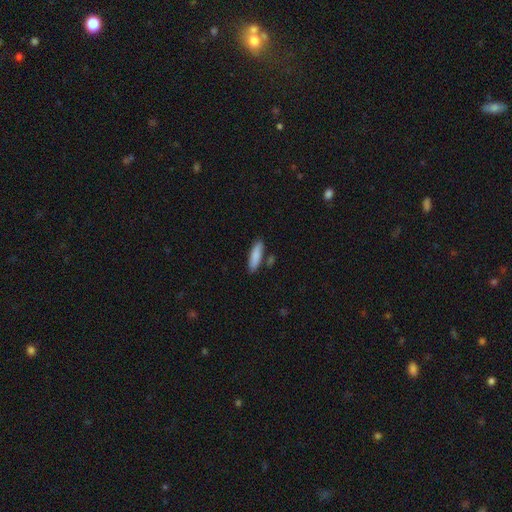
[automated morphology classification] Smooth or featured?
  - smooth: 86% *
  - featured or disk: 8%
  - star or artifact: 6%
How rounded?
  - cigar-shaped: 60% *
  - in between: 38%
  - round: 2%
Merging?
  - none: 80% *
  - minor disturbance: 12%
  - merger: 6%
  - major disturbance: 2%